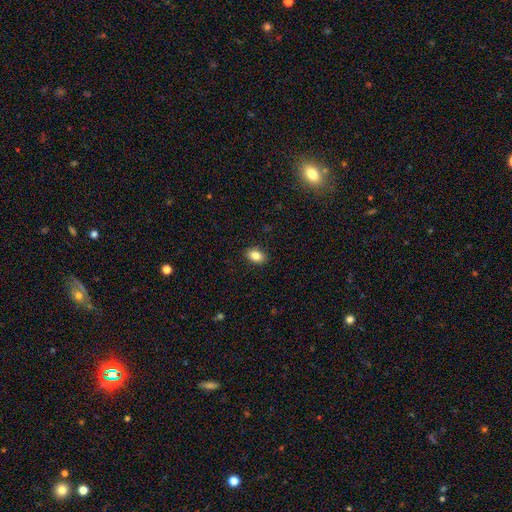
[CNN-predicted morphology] smooth-or-featured: smooth: 84% | star or artifact: 9% | featured or disk: 7%
  how-rounded: in between: 82% | round: 16% | cigar-shaped: 1%
  merging: none: 90% | minor disturbance: 8% | major disturbance: 2% | merger: 1%